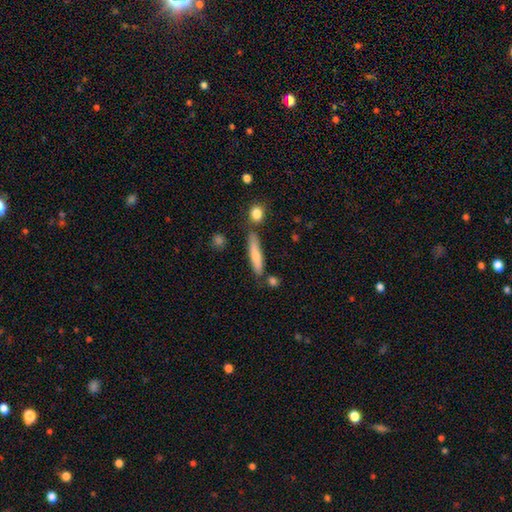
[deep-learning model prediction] Smooth or featured? Predicted: smooth (p=0.72). How rounded? Predicted: cigar-shaped (p=0.85). Merging? Predicted: none (p=0.74).